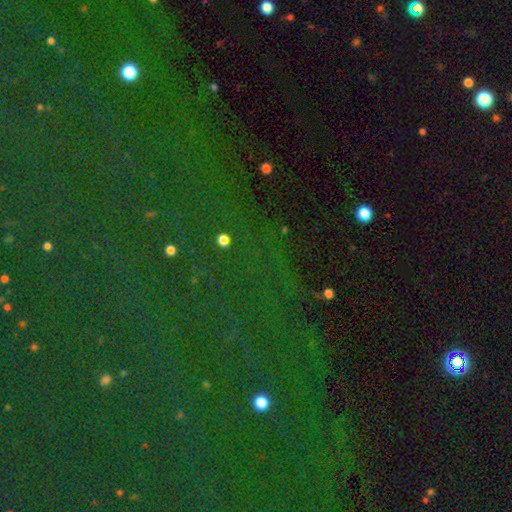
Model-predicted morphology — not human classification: This appears to be a star or artifact, not a galaxy (84%).